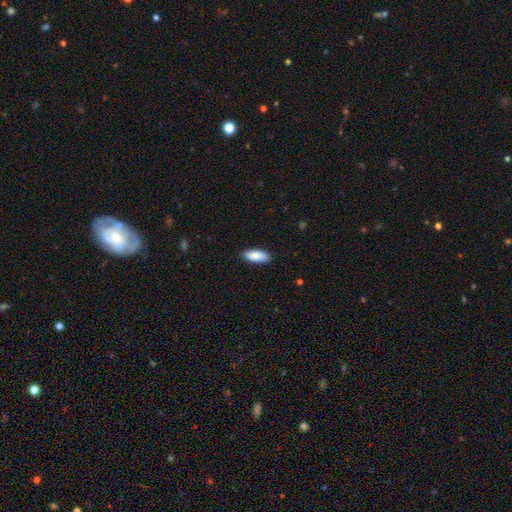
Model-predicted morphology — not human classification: A smooth galaxy with no disk features (87%) that is in between round and cigar-shaped (80%).

Vote fractions:
- Smooth or featured? smooth: 87% / featured or disk: 7% / star or artifact: 6%
- How rounded? in between: 80% / cigar-shaped: 19% / round: 2%
- Merging? none: 88% / minor disturbance: 9% / major disturbance: 2% / merger: 1%